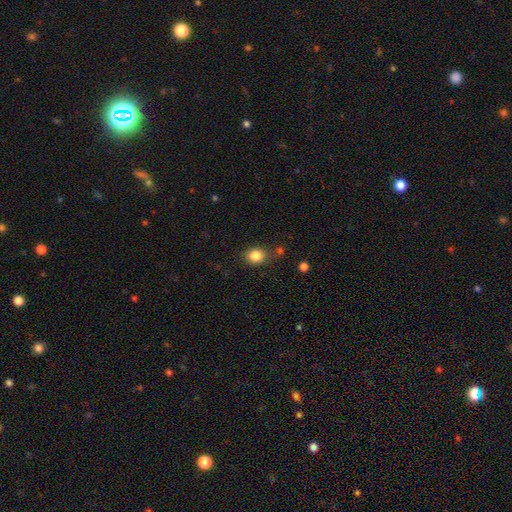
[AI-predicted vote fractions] smooth 84%, star or artifact 10%, featured or disk 6%. Down the decision tree: how rounded — round (60%); merging — none (77%).